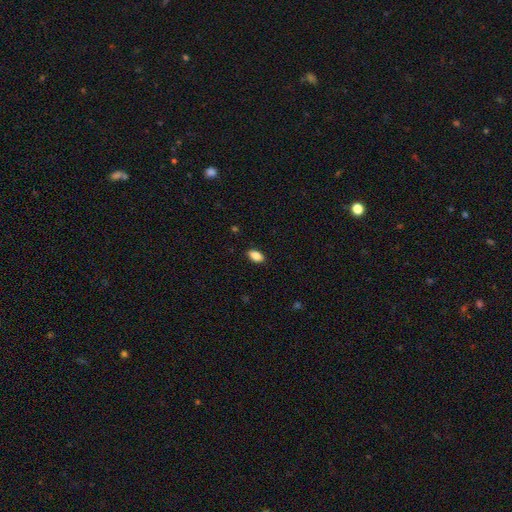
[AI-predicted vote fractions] The model was most divided on "merging": none: 88%, minor disturbance: 9%, major disturbance: 2%, merger: 1%. More confident: how rounded — in between (91%); smooth or featured — smooth (87%).